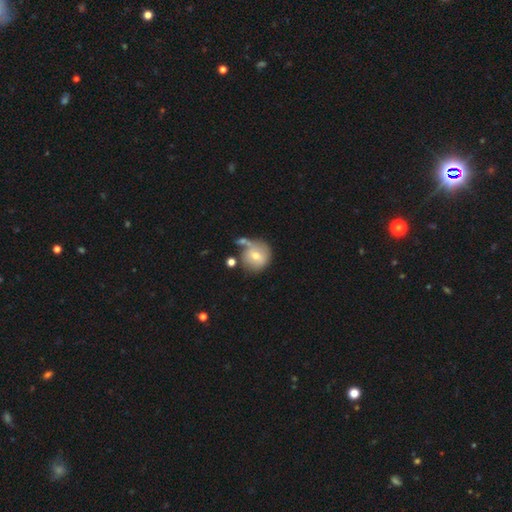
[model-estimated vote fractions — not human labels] Q: Smooth or featured?
A: smooth (64%); runner-up: featured or disk (28%)
Q: How rounded?
A: round (89%); runner-up: in between (10%)
Q: Merging?
A: none (52%); runner-up: merger (21%)